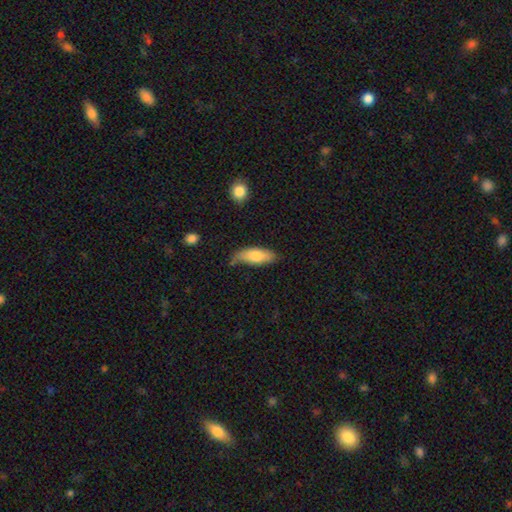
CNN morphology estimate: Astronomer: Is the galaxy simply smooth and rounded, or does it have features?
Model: smooth — 75%.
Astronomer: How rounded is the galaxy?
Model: in between — 68%.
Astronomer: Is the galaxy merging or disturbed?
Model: none — 55% (runner-up: minor disturbance, 33%).